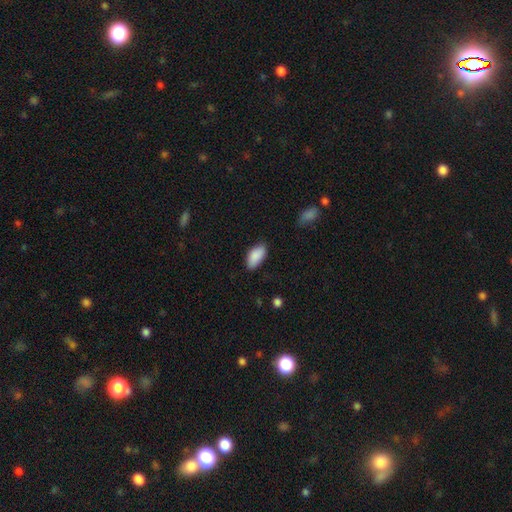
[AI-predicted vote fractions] Smooth or featured: smooth — 89% (star or artifact — 6%)
How rounded: in between — 93% (cigar-shaped — 5%)
Merging: none — 80% (minor disturbance — 16%)